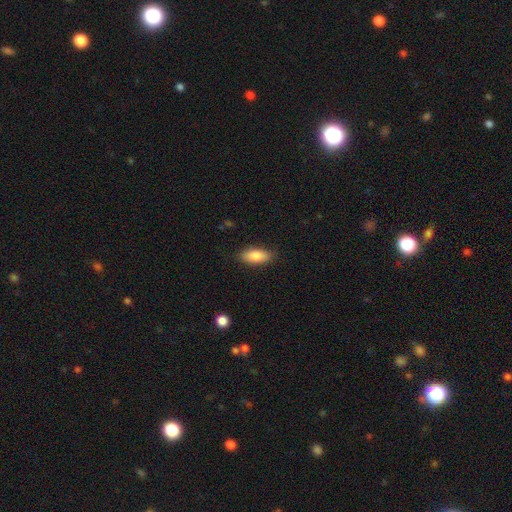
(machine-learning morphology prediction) Q: Smooth or featured?
A: smooth (85%); runner-up: featured or disk (9%)
Q: How rounded?
A: in between (84%); runner-up: cigar-shaped (14%)
Q: Merging?
A: none (85%); runner-up: minor disturbance (12%)